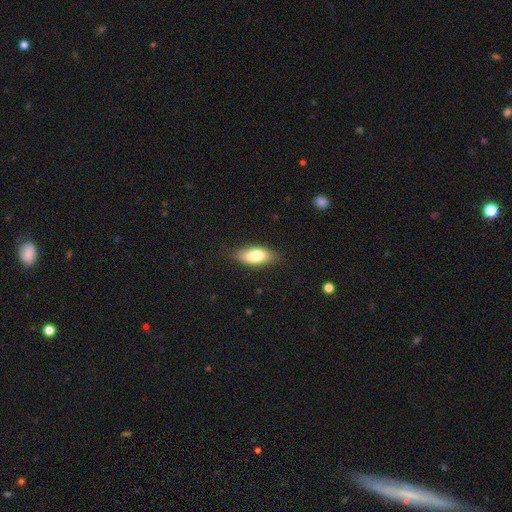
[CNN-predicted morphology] Smooth or featured? Predicted: smooth (p=0.81). How rounded? Predicted: in between (p=0.83). Merging? Predicted: none (p=0.78).